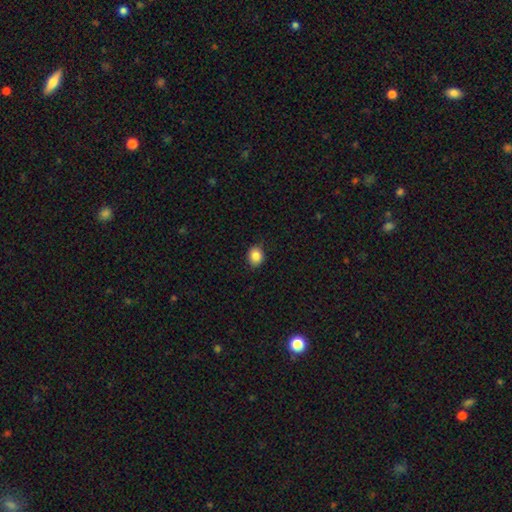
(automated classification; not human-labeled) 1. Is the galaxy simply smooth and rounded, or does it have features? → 85% smooth, 9% star or artifact, 5% featured or disk.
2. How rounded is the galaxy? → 55% round, 44% in between, 1% cigar-shaped.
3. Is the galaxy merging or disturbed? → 84% none, 12% minor disturbance, 2% major disturbance, 1% merger.